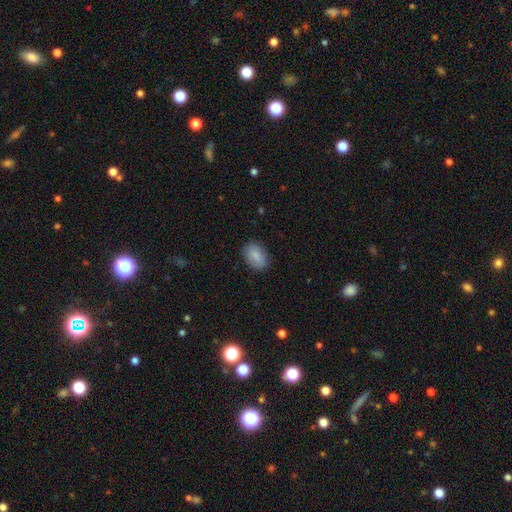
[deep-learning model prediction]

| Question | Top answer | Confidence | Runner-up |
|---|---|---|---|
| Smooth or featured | smooth | 88% | star or artifact (7%) |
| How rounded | in between | 88% | round (11%) |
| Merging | none | 84% | minor disturbance (12%) |